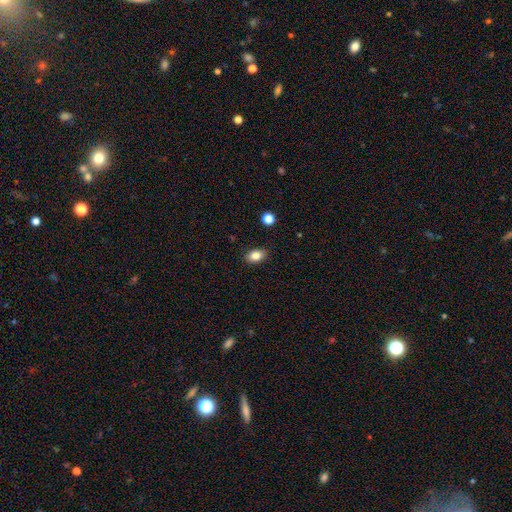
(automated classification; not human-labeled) smooth-or-featured: smooth: 83% | star or artifact: 9% | featured or disk: 8%
  how-rounded: in between: 85% | round: 14% | cigar-shaped: 2%
  merging: none: 88% | minor disturbance: 9% | major disturbance: 2% | merger: 1%